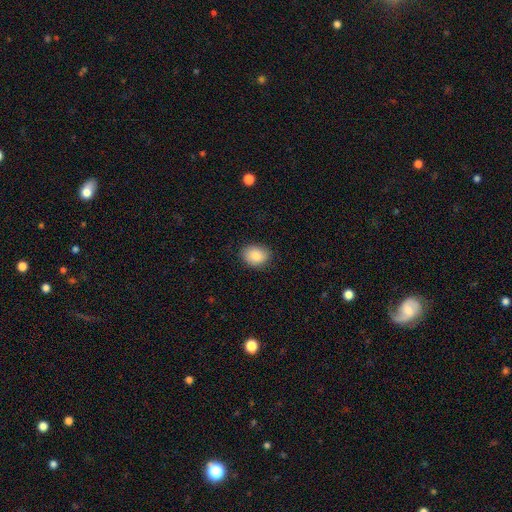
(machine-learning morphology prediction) The model was most divided on "how rounded": in between: 59%, round: 40%, cigar-shaped: 1%. More confident: smooth or featured — smooth (86%); merging — none (86%).